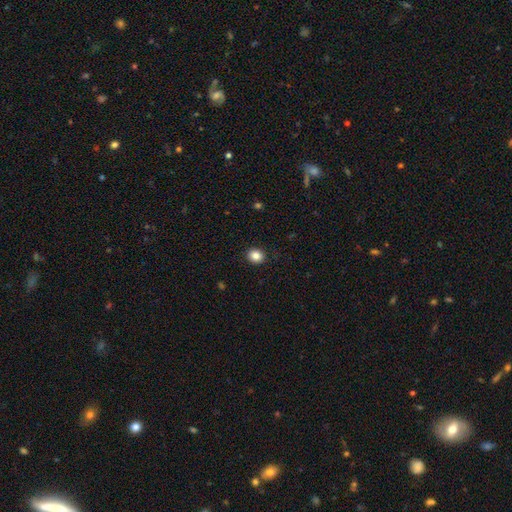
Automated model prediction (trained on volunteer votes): Q: Smooth or featured?
A: smooth (85%); runner-up: star or artifact (10%)
Q: How rounded?
A: round (67%); runner-up: in between (32%)
Q: Merging?
A: none (91%); runner-up: minor disturbance (6%)